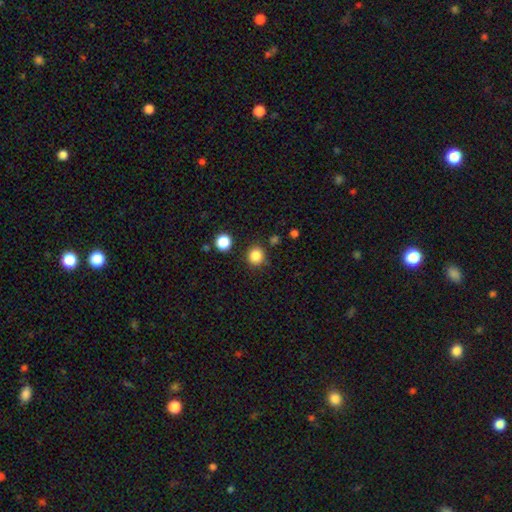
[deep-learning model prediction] Q: Smooth or featured?
A: smooth (85%); runner-up: star or artifact (11%)
Q: How rounded?
A: round (89%); runner-up: in between (10%)
Q: Merging?
A: none (86%); runner-up: minor disturbance (8%)